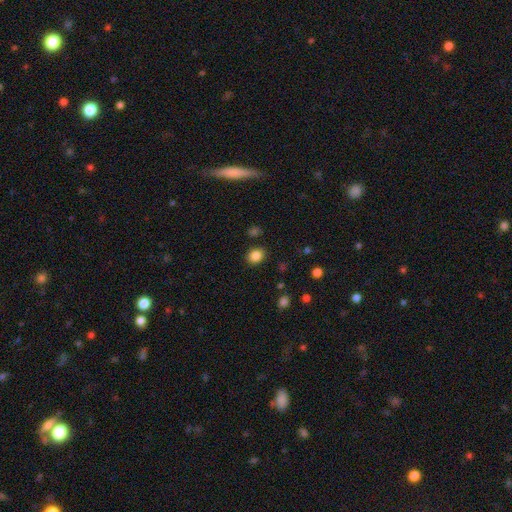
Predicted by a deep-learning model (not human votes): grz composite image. It shows a smooth galaxy with no disk features (85%) that is round (64%). Merging: none (87%).